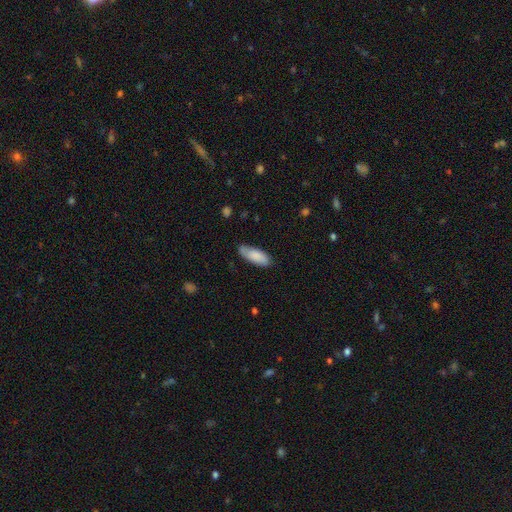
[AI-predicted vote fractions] Overall: smooth (83%). How rounded: in between (73%). Merging: none (72%).